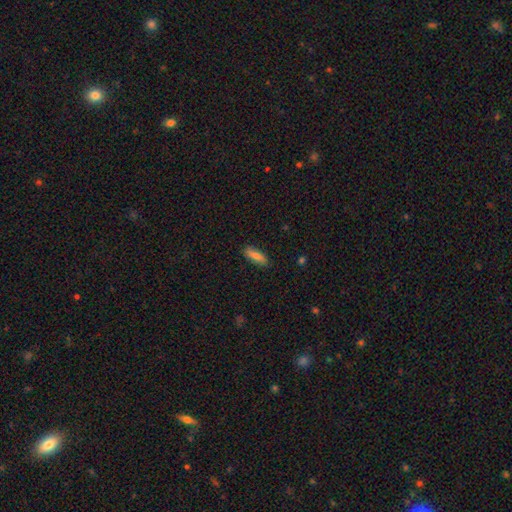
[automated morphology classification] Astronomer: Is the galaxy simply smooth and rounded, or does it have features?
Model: smooth — 76%.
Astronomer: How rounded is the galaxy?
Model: in between — 56% (runner-up: cigar-shaped, 42%).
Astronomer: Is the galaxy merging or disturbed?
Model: none — 86%.